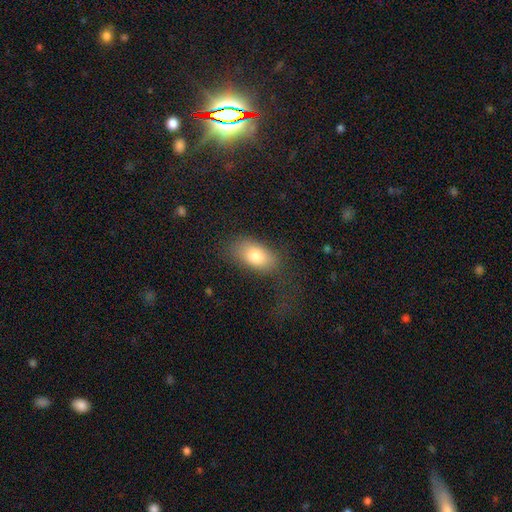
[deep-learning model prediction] Q: Smooth or featured?
A: smooth (80%); runner-up: featured or disk (12%)
Q: How rounded?
A: in between (90%); runner-up: round (7%)
Q: Merging?
A: none (69%); runner-up: minor disturbance (18%)